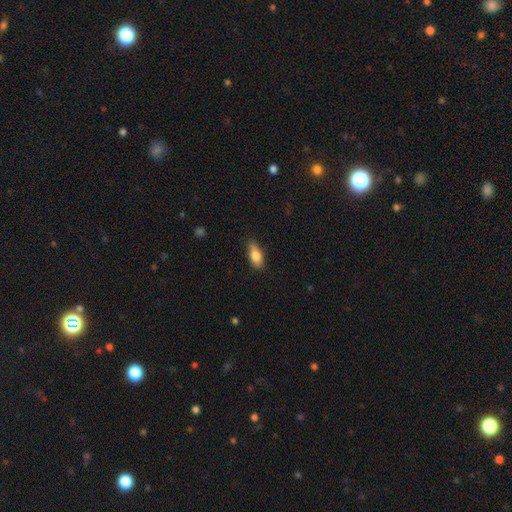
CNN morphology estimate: smooth-or-featured: smooth: 78% | featured or disk: 15% | star or artifact: 7%
  how-rounded: in between: 76% | cigar-shaped: 20% | round: 3%
  merging: none: 80% | minor disturbance: 16% | major disturbance: 3% | merger: 1%